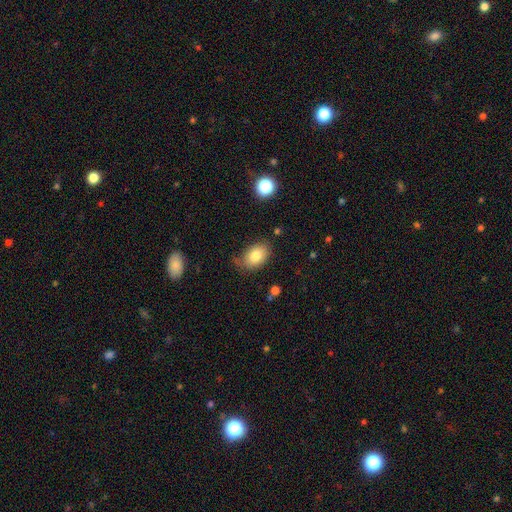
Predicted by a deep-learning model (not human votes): Smooth or featured?
  - smooth: 80% *
  - featured or disk: 11%
  - star or artifact: 9%
How rounded?
  - in between: 83% *
  - round: 16%
  - cigar-shaped: 1%
Merging?
  - none: 66% *
  - minor disturbance: 25%
  - major disturbance: 6%
  - merger: 3%